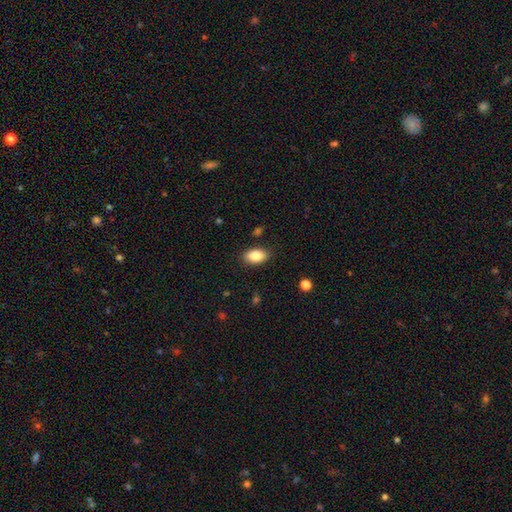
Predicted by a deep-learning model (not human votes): Morphology: type=smooth (86%); roundness=in between (91%); merging=none (86%).